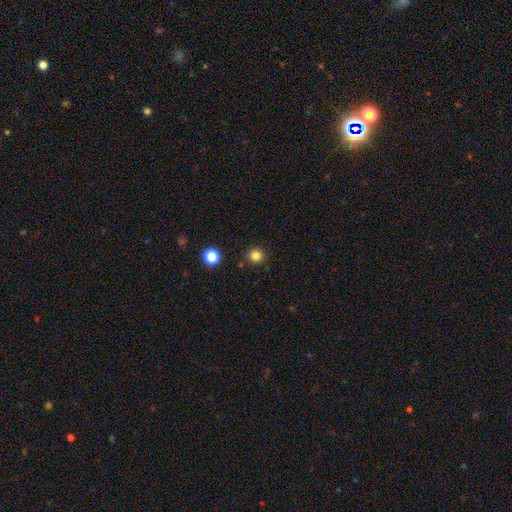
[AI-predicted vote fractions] A smooth galaxy with no disk features (83%) that is round (94%).

Vote fractions:
- Smooth or featured? smooth: 83% / star or artifact: 13% / featured or disk: 4%
- How rounded? round: 94% / in between: 5% / cigar-shaped: 1%
- Merging? none: 89% / minor disturbance: 6% / merger: 3% / major disturbance: 2%